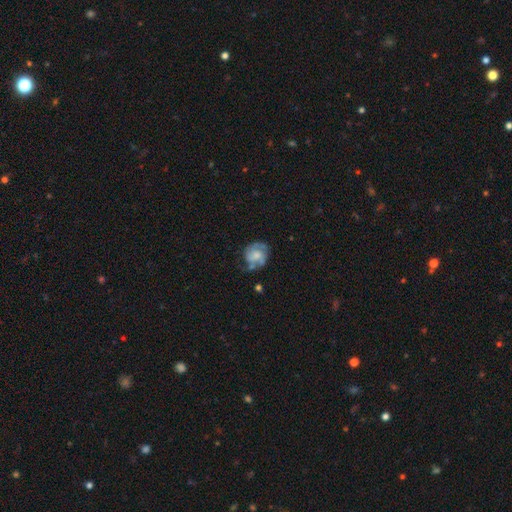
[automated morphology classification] A featured or disk galaxy (57%) with no bar (68%), spiral arms (73%) and a moderate central bulge (39%). Merging: none (54%).